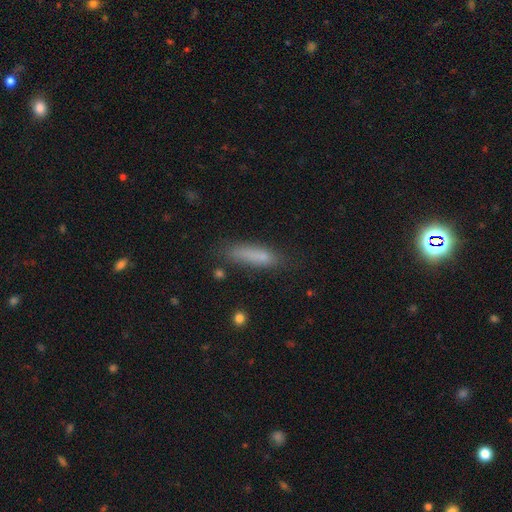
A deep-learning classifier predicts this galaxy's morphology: A smooth galaxy with no disk features (77%) that is cigar-shaped (72%). Merging: none (71%).